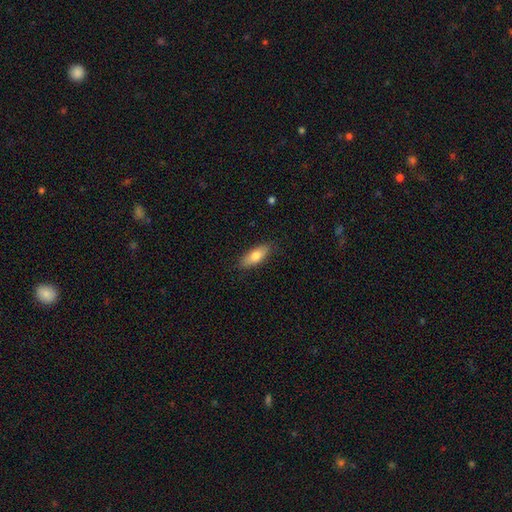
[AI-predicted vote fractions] Smooth or featured: smooth — 74% (featured or disk — 20%)
How rounded: in between — 67% (cigar-shaped — 31%)
Merging: none — 85% (minor disturbance — 12%)